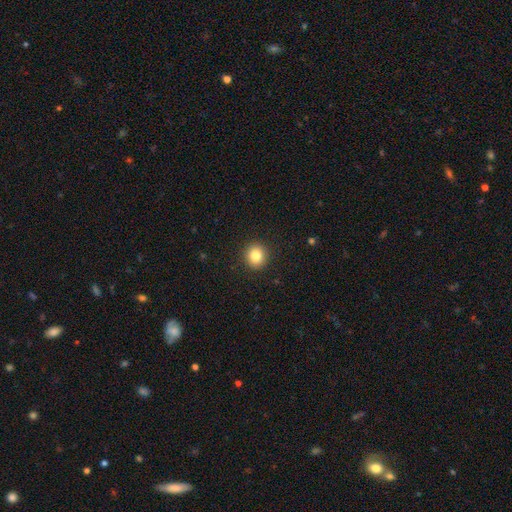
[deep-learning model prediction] The model was most divided on "smooth or featured": smooth: 82%, star or artifact: 11%, featured or disk: 7%. More confident: merging — none (92%); how rounded — round (90%).